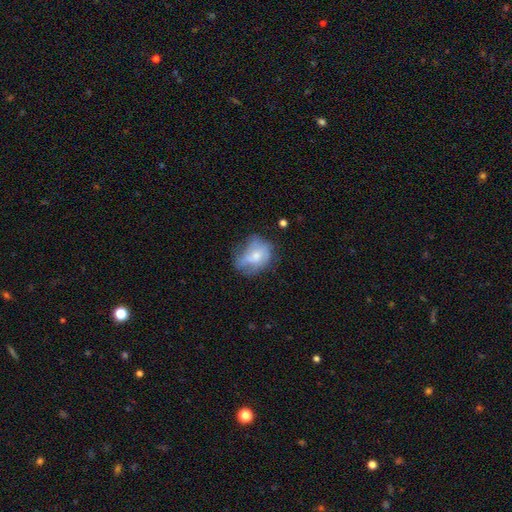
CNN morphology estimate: type=smooth (55%); roundness=in between (60%); merging=none (36%).